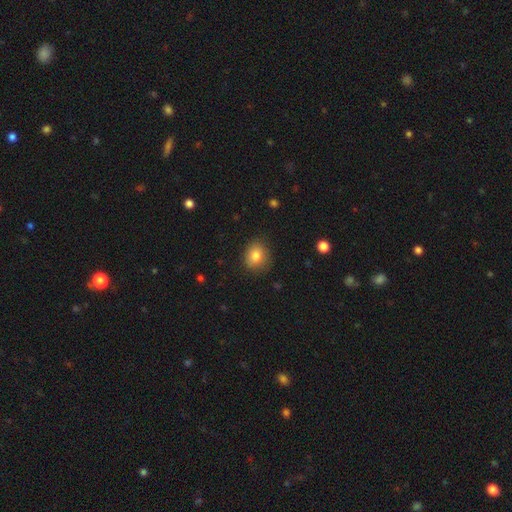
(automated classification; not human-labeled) Morphology: type=smooth (83%); roundness=round (65%); merging=none (84%).